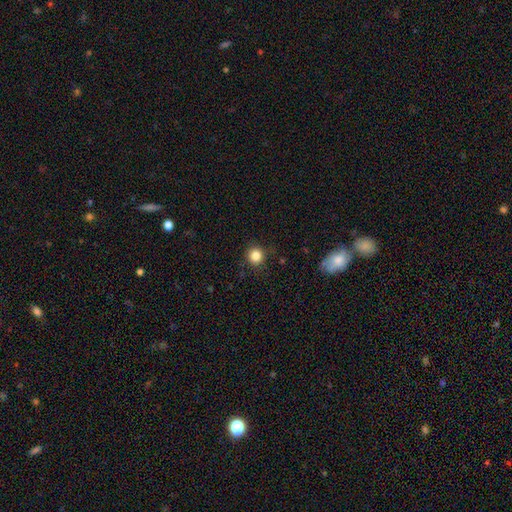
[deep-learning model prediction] Smooth or featured? smooth (85%)
How rounded? round (91%)
Merging? none (88%)